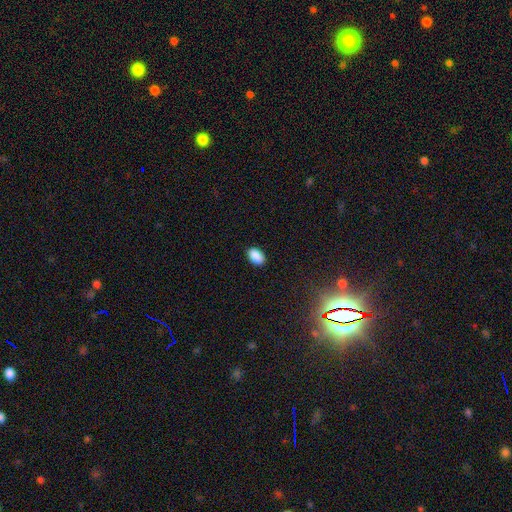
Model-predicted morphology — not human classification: The model was most divided on "merging": none: 88%, minor disturbance: 9%, major disturbance: 2%, merger: 1%. More confident: how rounded — in between (92%); smooth or featured — smooth (89%).